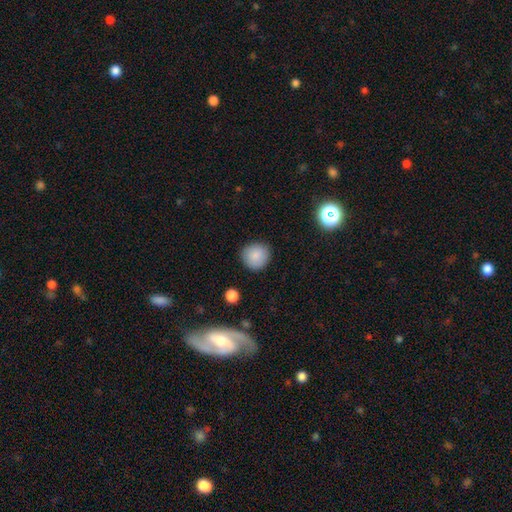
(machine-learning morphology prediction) The model was most divided on "smooth or featured": smooth: 86%, star or artifact: 9%, featured or disk: 5%. More confident: how rounded — round (91%); merging — none (88%).